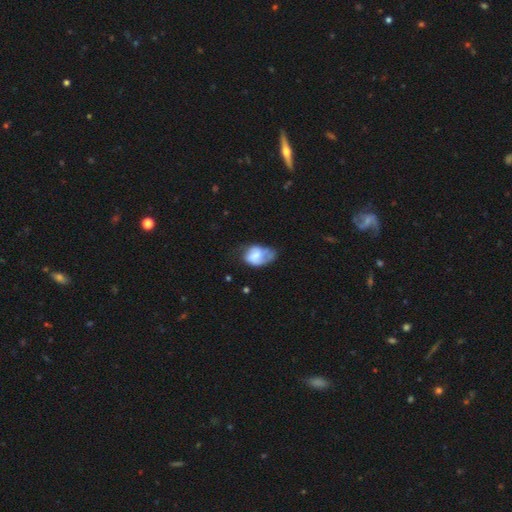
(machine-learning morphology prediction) Smooth or featured: smooth — 55% (featured or disk — 38%)
How rounded: in between — 82% (round — 17%)
Merging: minor disturbance — 38% (none — 29%)